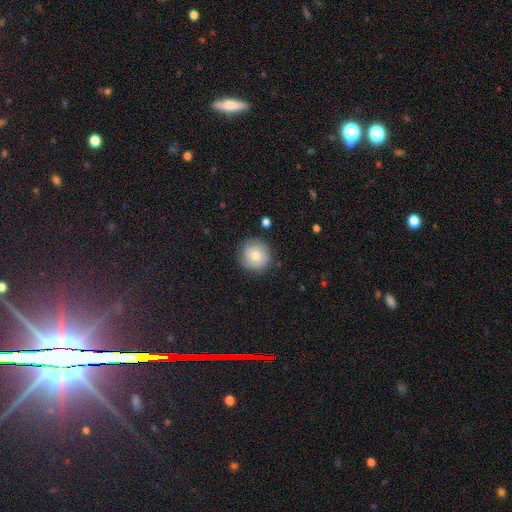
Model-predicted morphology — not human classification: smooth_or_featured: smooth (p=0.75) [alt: featured or disk p=0.16]
how_rounded: round (p=0.94) [alt: in between p=0.05]
merging: none (p=0.84) [alt: minor disturbance p=0.11]